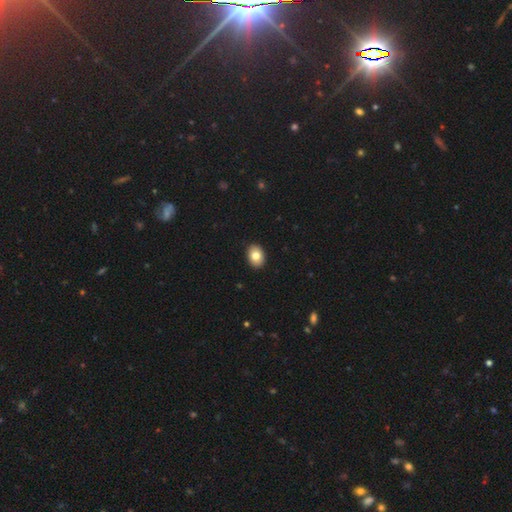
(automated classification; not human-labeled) Smooth or featured?
  - smooth: 81% *
  - featured or disk: 11%
  - star or artifact: 8%
How rounded?
  - in between: 72% *
  - round: 28%
  - cigar-shaped: 1%
Merging?
  - none: 91% *
  - minor disturbance: 6%
  - major disturbance: 2%
  - merger: 1%